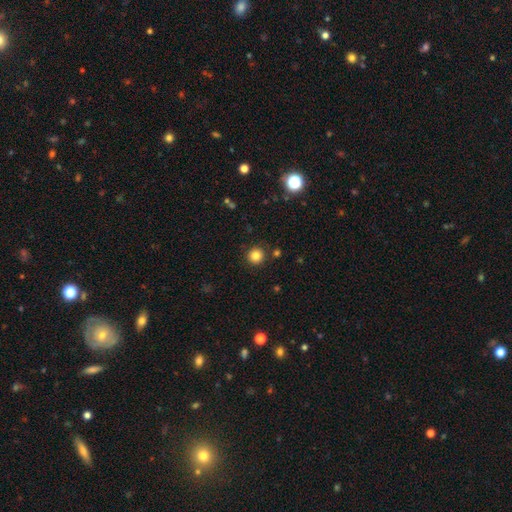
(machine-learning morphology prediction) smooth 84%, star or artifact 12%, featured or disk 5%. Down the decision tree: how rounded — round (94%); merging — none (89%).